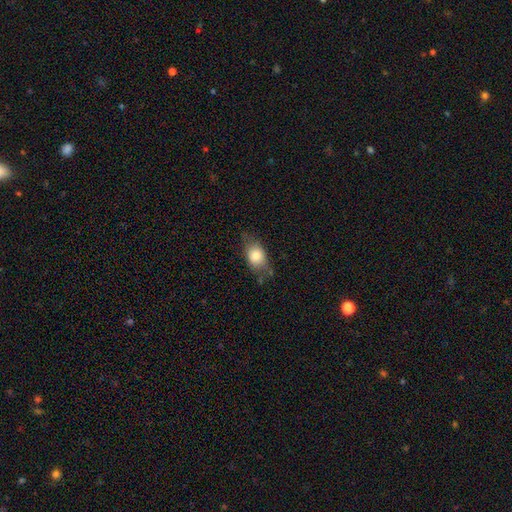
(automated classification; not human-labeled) smooth-or-featured: smooth: 76% | featured or disk: 16% | star or artifact: 8%
  how-rounded: in between: 72% | round: 25% | cigar-shaped: 3%
  merging: none: 60% | minor disturbance: 27% | major disturbance: 9% | merger: 3%